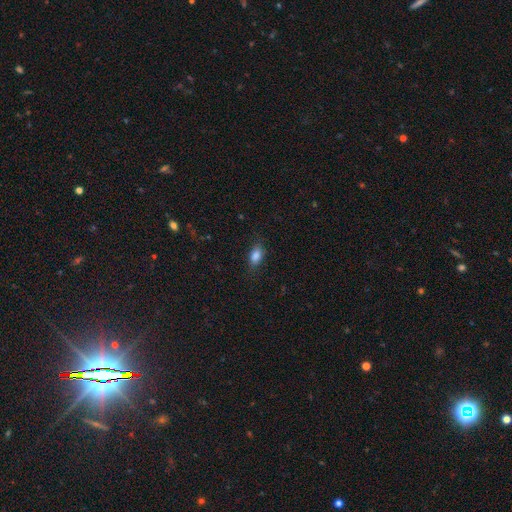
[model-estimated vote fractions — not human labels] This is clearly a smooth galaxy (84%). How rounded: clearly in between (86%). Merging: likely none (79%).